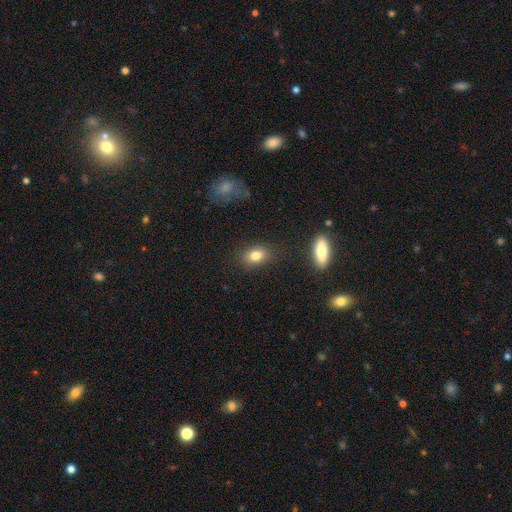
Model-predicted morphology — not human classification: A smooth galaxy with no disk features (82%) that is in between round and cigar-shaped (77%). Merging: none (83%).